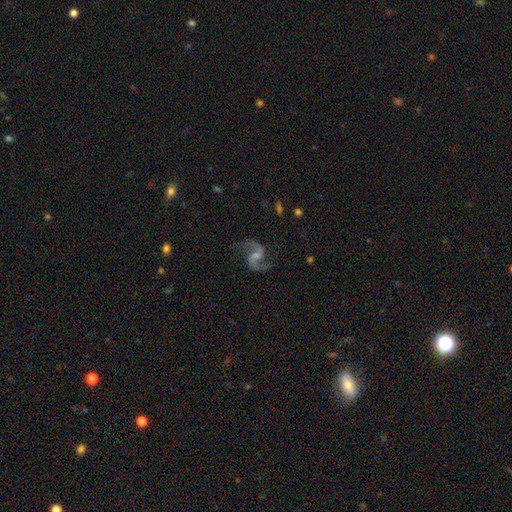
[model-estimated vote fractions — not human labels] smooth-or-featured: featured or disk: 92% | star or artifact: 5% | smooth: 3%
  disk-edge-on: no: 98% | yes: 2%
    bar: weak: 50% | no: 32% | strong: 18%
    has-spiral-arms: yes: 98% | no: 2%
      spiral-winding: medium: 47% (tied) | loose: 47% (tied) | tight: 6%
      spiral-arm-count: 2: 94% | 1: 1% | can't tell: 1% | 3: 1% | 4: 1% | more than 4: 1%
    bulge-size: small: 45% | moderate: 26% | none: 25% | large: 3% | dominant: 1%
  merging: none: 81% | minor disturbance: 12% | major disturbance: 6% | merger: 2%